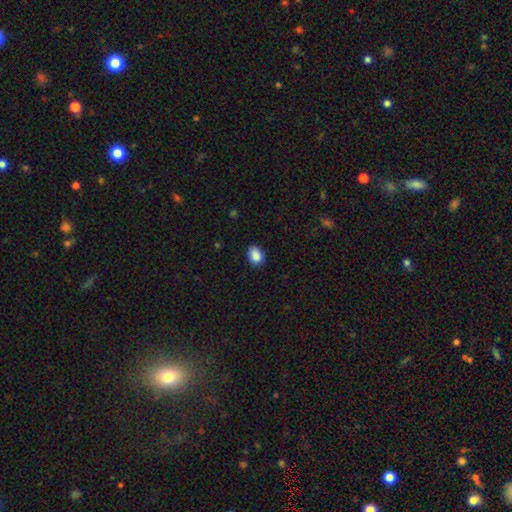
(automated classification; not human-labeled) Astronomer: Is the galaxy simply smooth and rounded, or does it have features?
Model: smooth — 89%.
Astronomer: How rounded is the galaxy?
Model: in between — 70%.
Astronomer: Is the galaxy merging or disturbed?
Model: none — 82%.